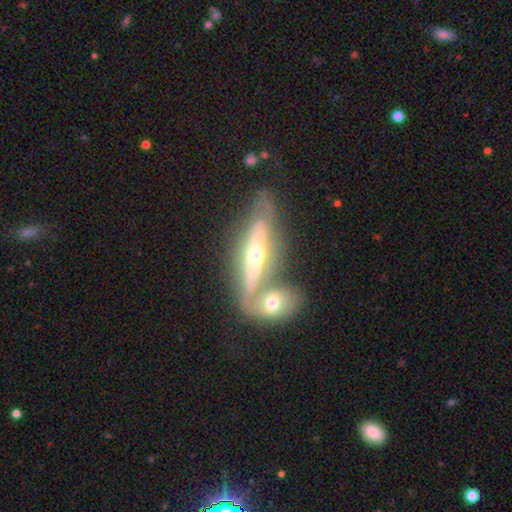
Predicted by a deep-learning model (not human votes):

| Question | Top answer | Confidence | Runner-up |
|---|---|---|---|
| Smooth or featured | featured or disk | 67% | smooth (27%) |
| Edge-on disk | yes | 62% | no (38%) |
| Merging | merger | 46% | none (36%) |